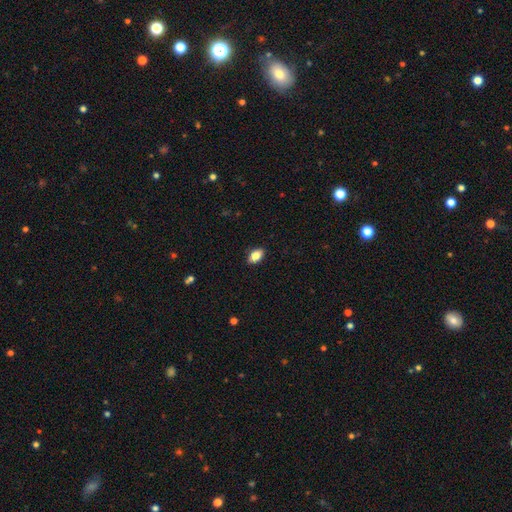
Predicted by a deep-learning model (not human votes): The model was most divided on "smooth or featured": smooth: 82%, featured or disk: 10%, star or artifact: 8%. More confident: how rounded — in between (88%); merging — none (88%).